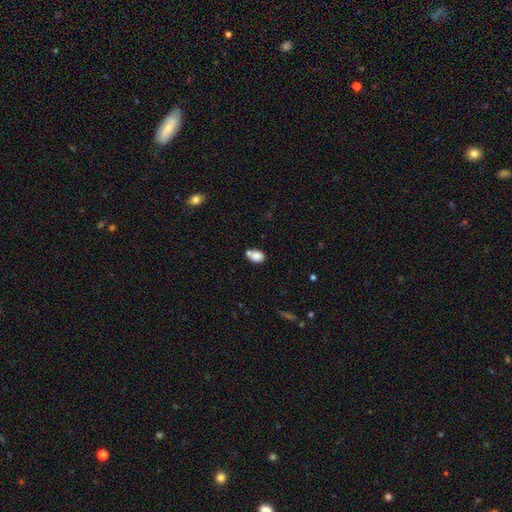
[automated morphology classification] The model was most divided on "merging": none: 46%, merger: 33%, minor disturbance: 15%, major disturbance: 5%. More confident: smooth or featured — smooth (82%); how rounded — in between (66%).